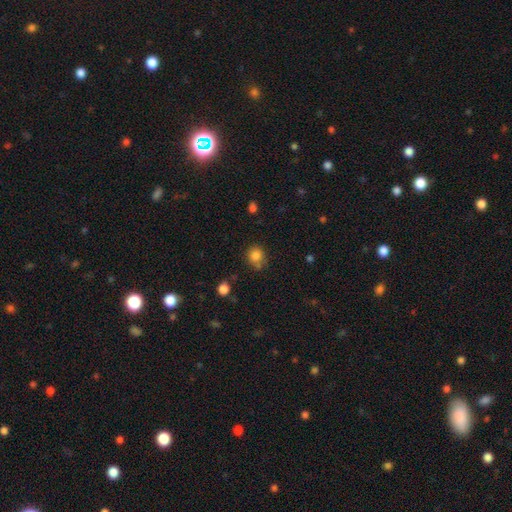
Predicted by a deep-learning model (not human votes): Overall: smooth (83%). How rounded: round (85%). Merging: none (69%).